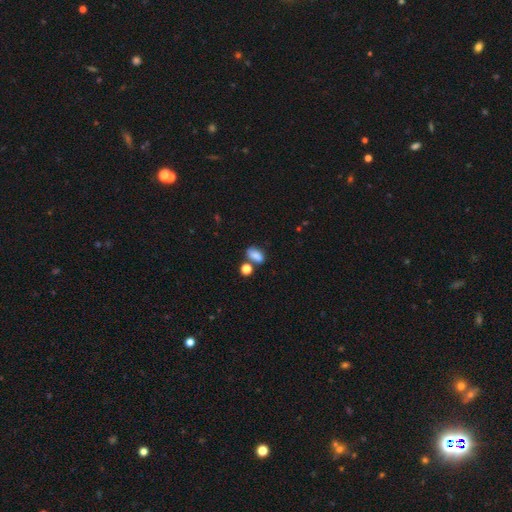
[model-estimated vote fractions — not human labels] Smooth or featured: smooth — 80% (star or artifact — 11%)
How rounded: in between — 83% (round — 14%)
Merging: none — 51% (merger — 24%)